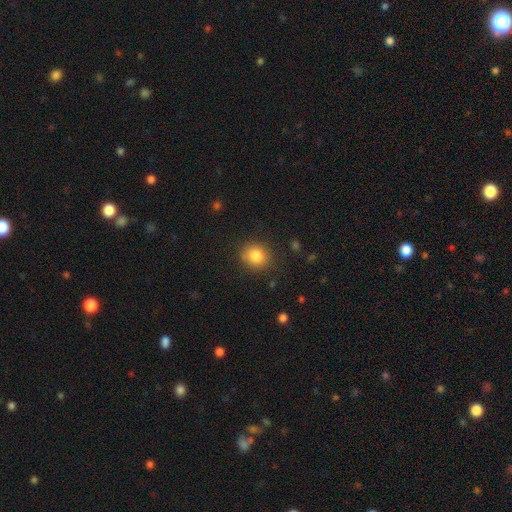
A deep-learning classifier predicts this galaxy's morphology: smooth-or-featured: smooth: 84% | star or artifact: 10% | featured or disk: 6%
  how-rounded: round: 73% | in between: 26% | cigar-shaped: 1%
  merging: none: 83% | minor disturbance: 12% | major disturbance: 3% | merger: 2%